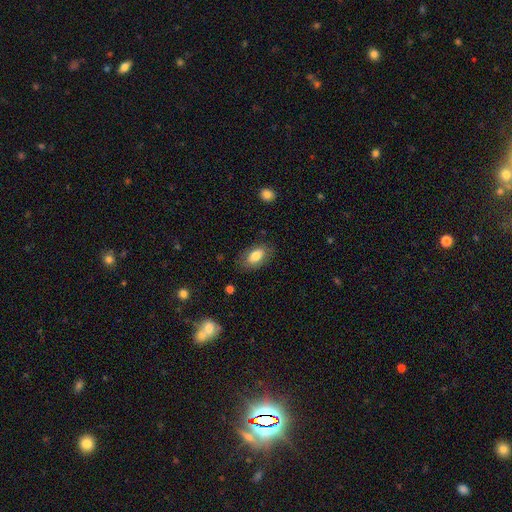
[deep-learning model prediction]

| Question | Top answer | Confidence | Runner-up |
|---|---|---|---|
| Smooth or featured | smooth | 79% | featured or disk (14%) |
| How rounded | in between | 91% | round (6%) |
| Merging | none | 81% | minor disturbance (14%) |